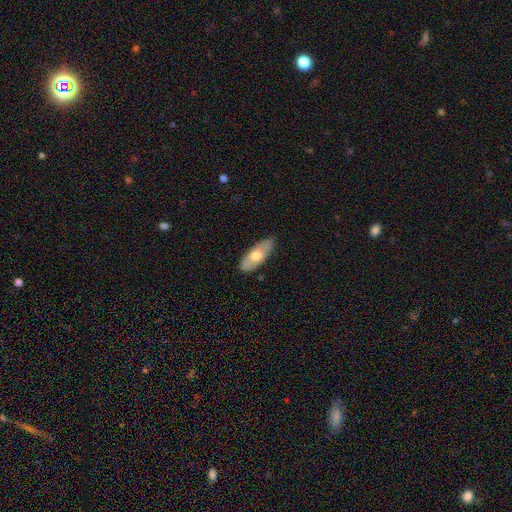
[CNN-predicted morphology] Q: Smooth or featured?
A: smooth (62%); runner-up: featured or disk (32%)
Q: How rounded?
A: in between (81%); runner-up: cigar-shaped (17%)
Q: Merging?
A: none (80%); runner-up: minor disturbance (16%)